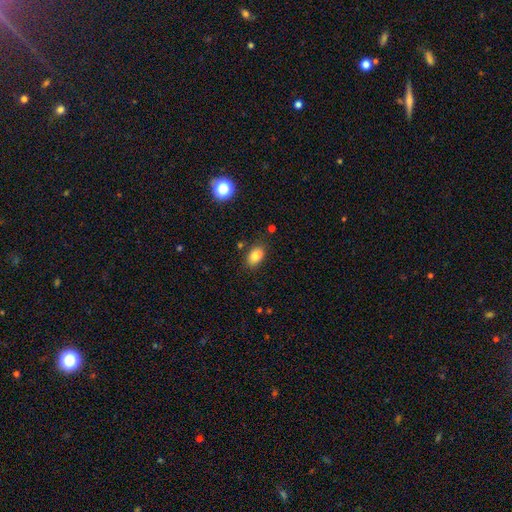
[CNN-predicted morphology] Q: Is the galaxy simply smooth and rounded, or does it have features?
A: smooth — 81%.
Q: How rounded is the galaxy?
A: in between — 84%.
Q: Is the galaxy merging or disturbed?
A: none — 67%.